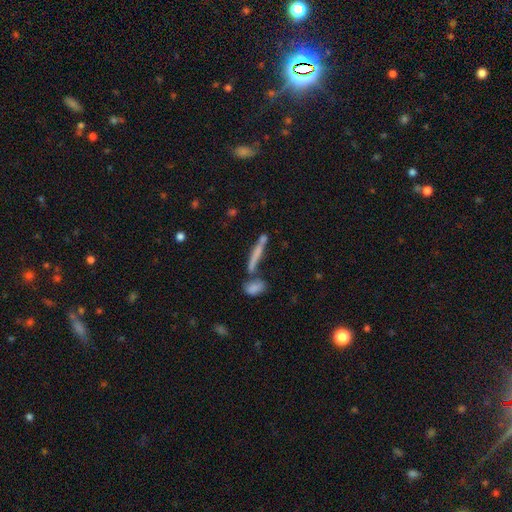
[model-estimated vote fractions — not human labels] Q: Smooth or featured?
A: smooth (58%); runner-up: featured or disk (33%)
Q: How rounded?
A: cigar-shaped (89%); runner-up: in between (9%)
Q: Merging?
A: none (61%); runner-up: merger (22%)